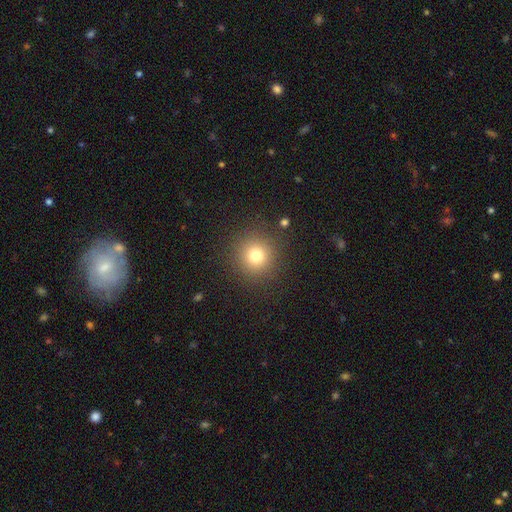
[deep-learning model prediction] Smooth or featured? smooth (76%)
How rounded? round (94%)
Merging? none (88%)